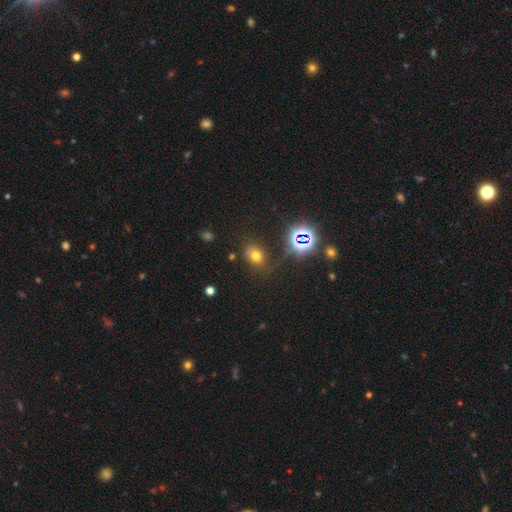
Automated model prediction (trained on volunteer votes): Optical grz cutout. It shows a smooth galaxy with no disk features (63%) that is in between round and cigar-shaped (56%). Merging: none (71%).